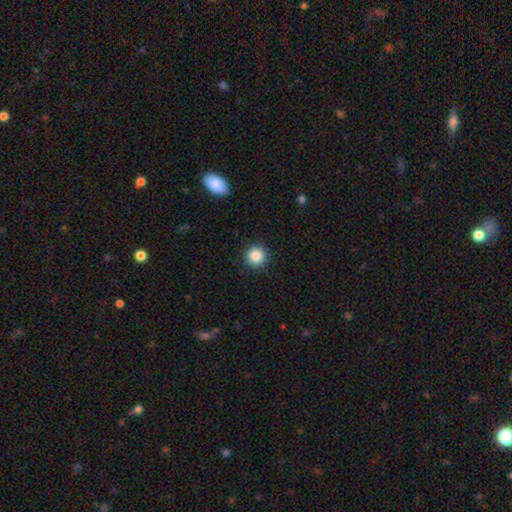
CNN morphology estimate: Smooth or featured? Predicted: smooth (p=0.86). How rounded? Predicted: round (p=0.95). Merging? Predicted: none (p=0.92).